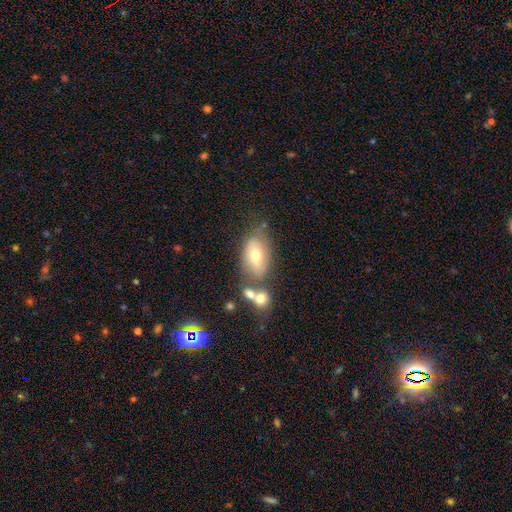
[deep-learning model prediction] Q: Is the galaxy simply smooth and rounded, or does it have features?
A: smooth — 63%.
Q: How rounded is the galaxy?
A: in between — 87%.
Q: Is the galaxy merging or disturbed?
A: none — 50%.